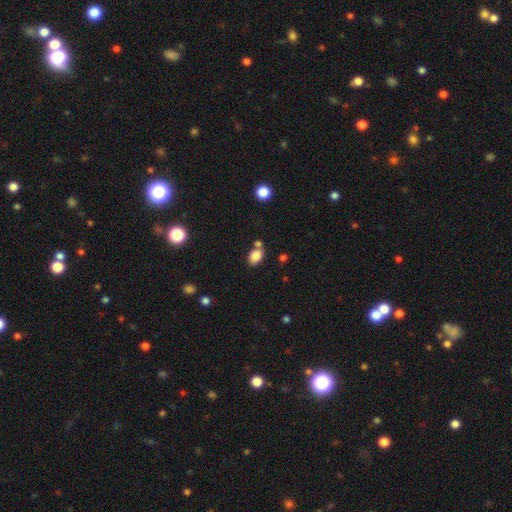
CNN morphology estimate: A smooth galaxy with no disk features (83%) that is in between round and cigar-shaped (78%).

Vote fractions:
- Smooth or featured? smooth: 83% / star or artifact: 10% / featured or disk: 7%
- How rounded? in between: 78% / round: 21% / cigar-shaped: 1%
- Merging? none: 60% / merger: 23% / minor disturbance: 13% / major disturbance: 4%